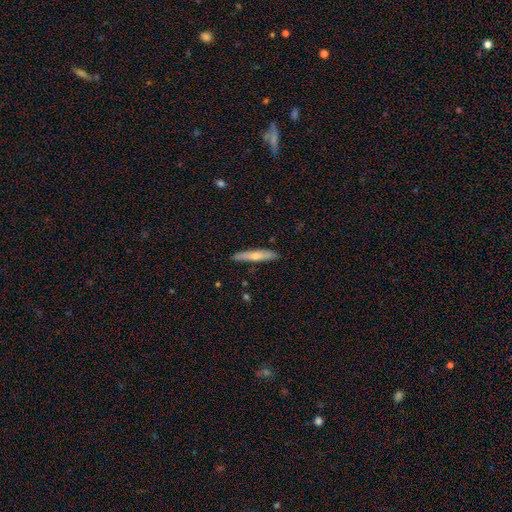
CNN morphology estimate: smooth 55%, featured or disk 39%, star or artifact 6%. Down the decision tree: how rounded — cigar-shaped (91%); merging — none (88%).